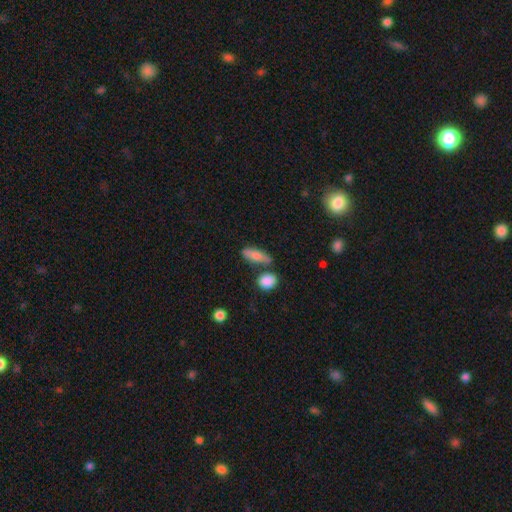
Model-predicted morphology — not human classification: This is likely a smooth galaxy (73%). How rounded: possibly in between (59%). Merging: likely none (64%).